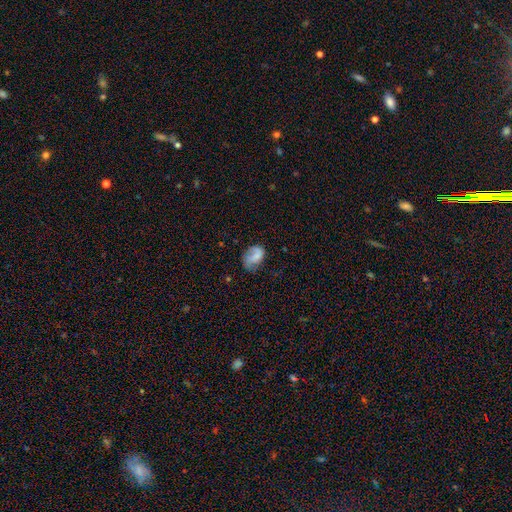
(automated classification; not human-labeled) smooth-or-featured: smooth: 61% | featured or disk: 30% | star or artifact: 9%
  how-rounded: in between: 77% | round: 21% | cigar-shaped: 1%
  merging: none: 49% | minor disturbance: 32% | major disturbance: 17% | merger: 3%